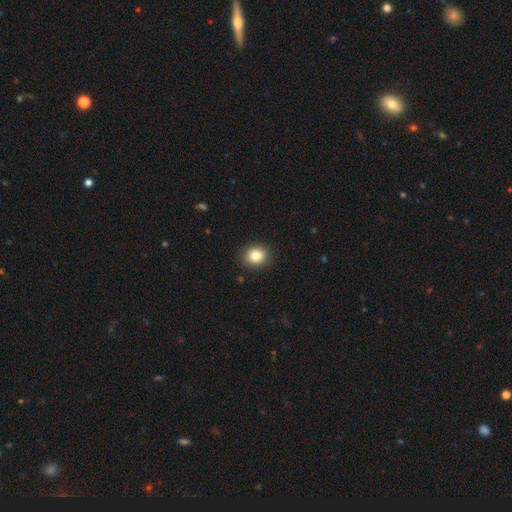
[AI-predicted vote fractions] smooth_or_featured: smooth (p=0.83) [alt: star or artifact p=0.11]
how_rounded: round (p=0.74) [alt: in between p=0.26]
merging: none (p=0.91) [alt: minor disturbance p=0.07]